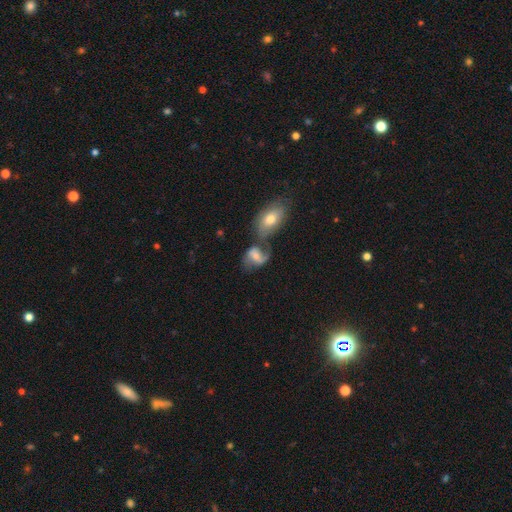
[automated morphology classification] A featured or disk galaxy (60%) with a weak bar (45%), spiral arms (83%) and a moderate central bulge (48%).

Vote fractions:
- Smooth or featured? featured or disk: 60% / smooth: 32% / star or artifact: 9%
- Edge-on disk? no: 96% / yes: 4%
- Bar? weak: 45% / no: 33% / strong: 22%
- Spiral arms? yes: 83% / no: 17%
- Bulge size? moderate: 48% / small: 41% / large: 5% / none: 5% / dominant: 2%
- Merging? merger: 40% / none: 35% / minor disturbance: 15% / major disturbance: 10%